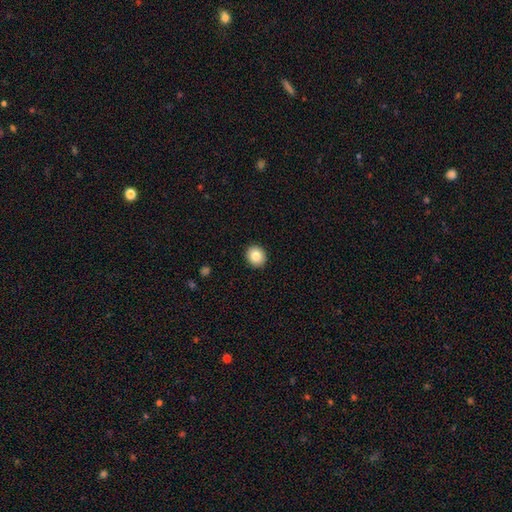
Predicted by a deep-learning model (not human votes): smooth_or_featured: smooth (p=0.83) [alt: star or artifact p=0.09]
how_rounded: round (p=0.83) [alt: in between p=0.16]
merging: none (p=0.92) [alt: minor disturbance p=0.05]